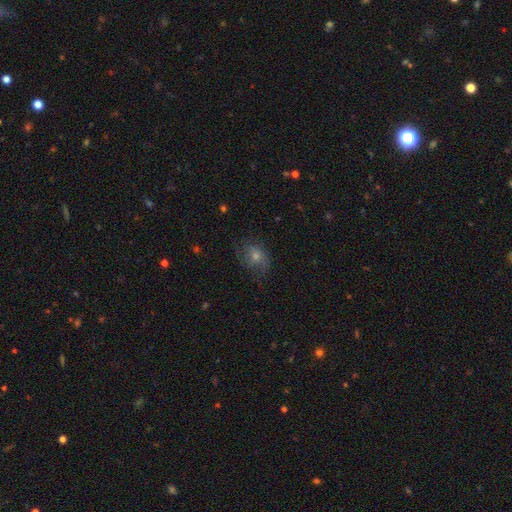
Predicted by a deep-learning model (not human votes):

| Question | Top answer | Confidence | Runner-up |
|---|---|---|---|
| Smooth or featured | smooth | 47% | featured or disk (35%) |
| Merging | none | 64% | minor disturbance (22%) |